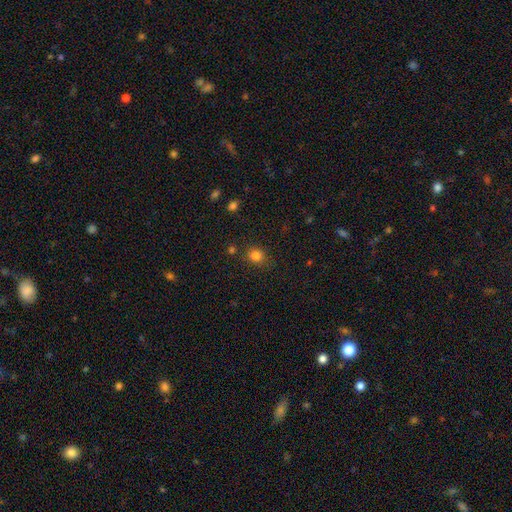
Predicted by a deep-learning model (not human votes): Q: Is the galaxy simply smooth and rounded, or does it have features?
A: smooth — 81%.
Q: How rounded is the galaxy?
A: round — 75%.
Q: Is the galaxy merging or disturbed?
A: none — 81%.